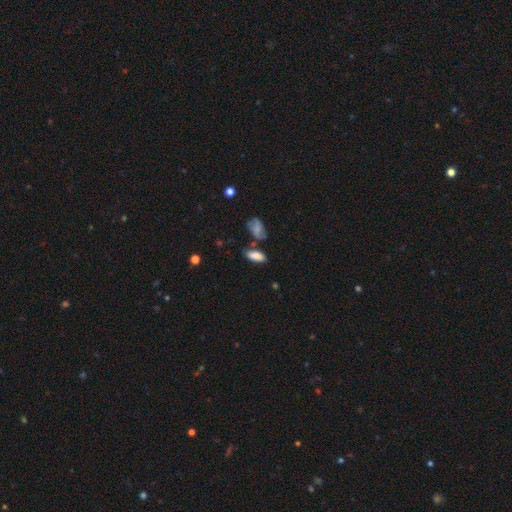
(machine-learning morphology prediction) A smooth galaxy with no disk features (83%) that is in between round and cigar-shaped (86%).

Vote fractions:
- Smooth or featured? smooth: 83% / featured or disk: 9% / star or artifact: 8%
- How rounded? in between: 86% / cigar-shaped: 11% / round: 3%
- Merging? none: 60% / minor disturbance: 20% / merger: 14% / major disturbance: 6%